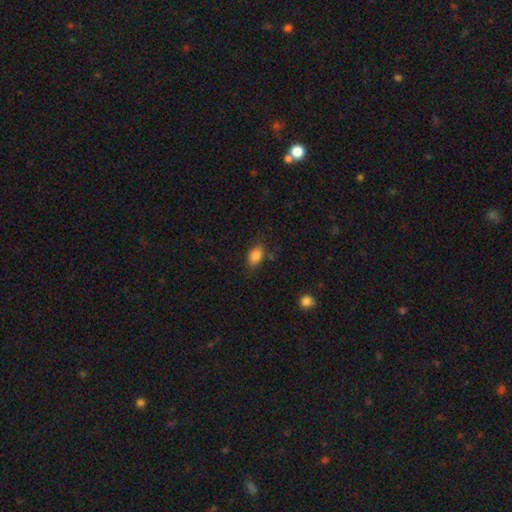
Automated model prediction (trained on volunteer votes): Smooth or featured? smooth (84%)
How rounded? in between (84%)
Merging? none (74%)